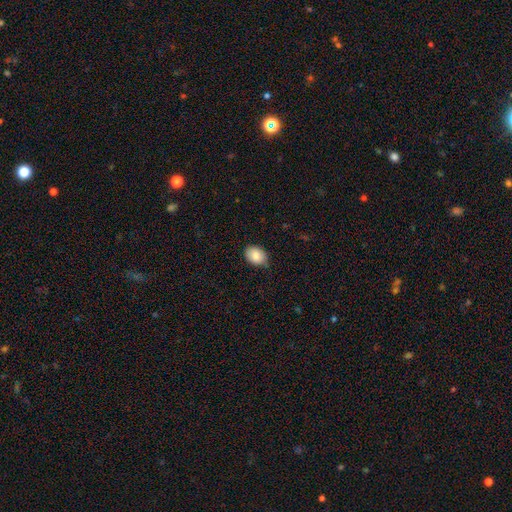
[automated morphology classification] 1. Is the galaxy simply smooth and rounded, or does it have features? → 85% smooth, 7% star or artifact, 7% featured or disk.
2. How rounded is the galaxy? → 74% in between, 25% round, 1% cigar-shaped.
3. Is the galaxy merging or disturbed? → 79% none, 17% minor disturbance, 3% major disturbance, 1% merger.